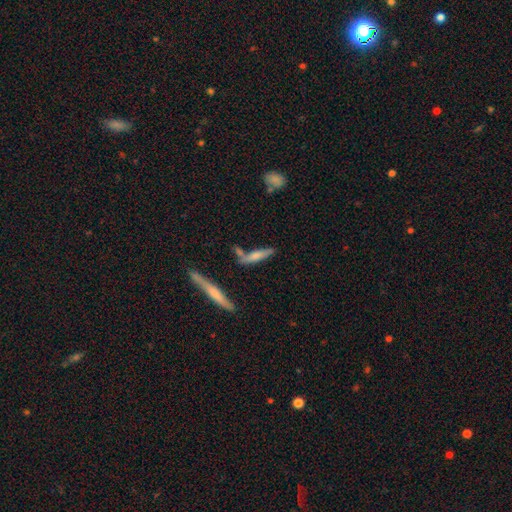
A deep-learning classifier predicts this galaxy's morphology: Overall: smooth (60%; featured or disk 33%). How rounded: cigar-shaped (80%). Merging: none (54%; merger 21%).